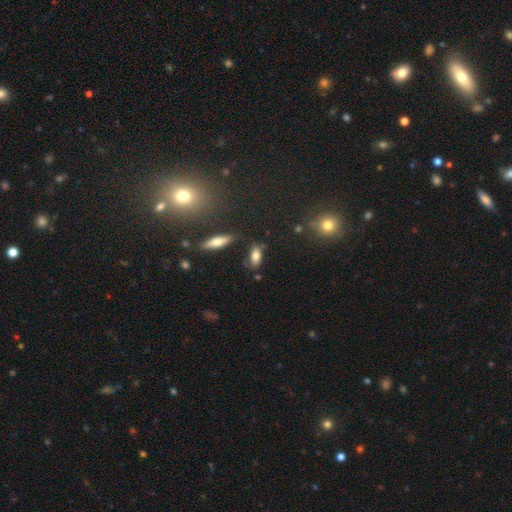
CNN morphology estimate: The model was most divided on "merging": none: 74%, minor disturbance: 16%, merger: 5%, major disturbance: 4%. More confident: how rounded — in between (81%); smooth or featured — smooth (75%).